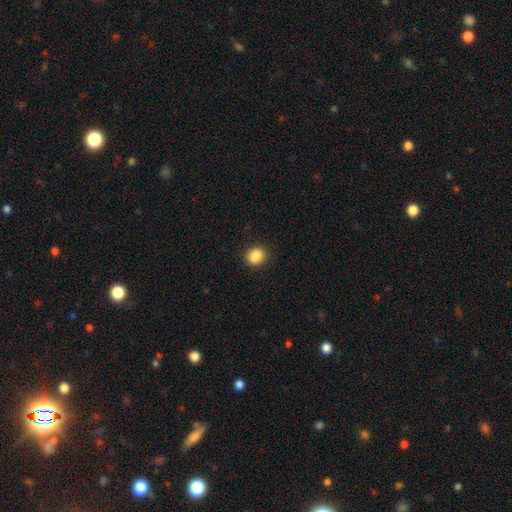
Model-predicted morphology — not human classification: smooth-or-featured: smooth: 88% | star or artifact: 9% | featured or disk: 3%
  how-rounded: round: 66% | in between: 33% | cigar-shaped: 1%
  merging: none: 89% | minor disturbance: 8% | major disturbance: 2% | merger: 1%